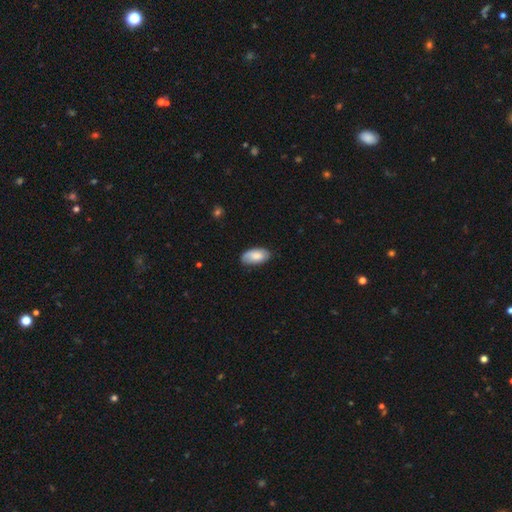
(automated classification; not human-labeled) A smooth galaxy with no disk features (81%) that is in between round and cigar-shaped (95%).

Vote fractions:
- Smooth or featured? smooth: 81% / featured or disk: 13% / star or artifact: 6%
- How rounded? in between: 95% / cigar-shaped: 3% / round: 2%
- Merging? none: 79% / minor disturbance: 17% / major disturbance: 3% / merger: 1%